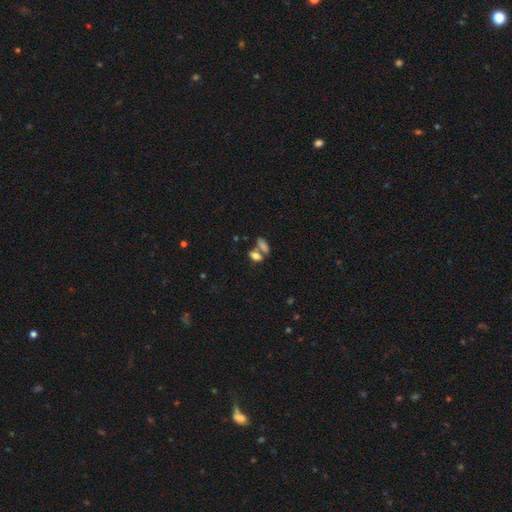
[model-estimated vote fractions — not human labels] smooth 77%, featured or disk 13%, star or artifact 11%. Down the decision tree: how rounded — in between (81%); merging — merger (45%).